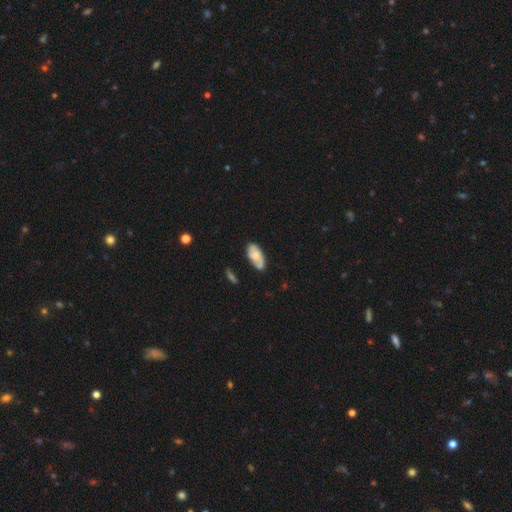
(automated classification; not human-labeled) A smooth galaxy with no disk features (54%) that is in between round and cigar-shaped (90%).

Vote fractions:
- Smooth or featured? smooth: 54% / featured or disk: 39% / star or artifact: 7%
- How rounded? in between: 90% / cigar-shaped: 7% / round: 3%
- Merging? none: 64% / minor disturbance: 25% / major disturbance: 6% / merger: 5%